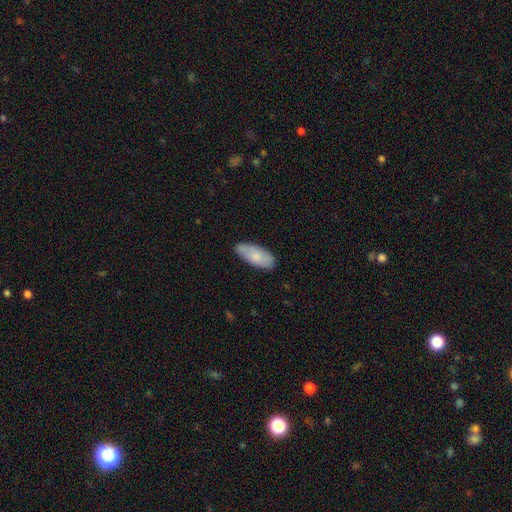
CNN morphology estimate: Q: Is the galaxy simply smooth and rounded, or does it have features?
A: smooth — 78%.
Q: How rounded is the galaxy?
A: in between — 87%.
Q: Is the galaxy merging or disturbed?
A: none — 82%.